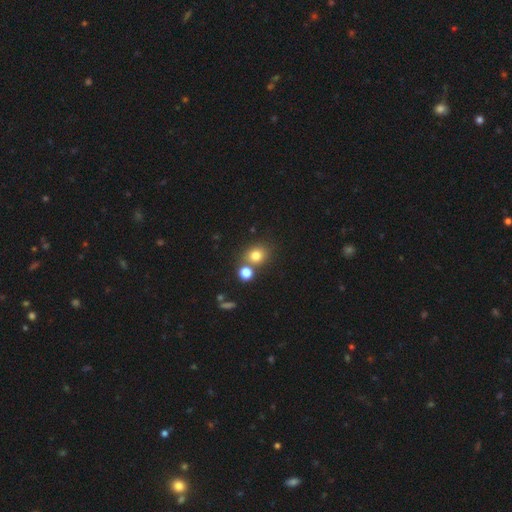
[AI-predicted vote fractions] smooth 77%, star or artifact 15%, featured or disk 8%. Down the decision tree: how rounded — round (75%); merging — none (64%).